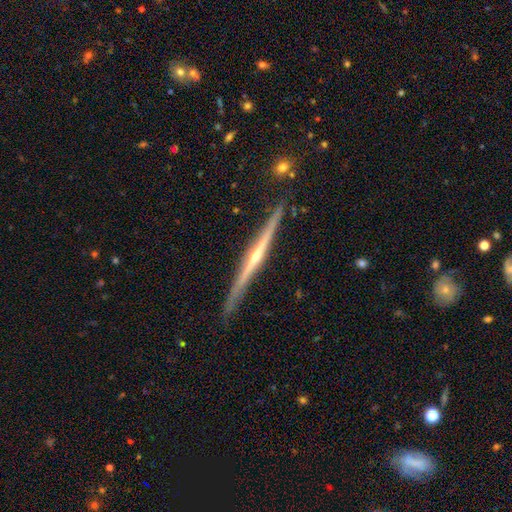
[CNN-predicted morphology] Smooth or featured?
  - featured or disk: 83% *
  - smooth: 11%
  - star or artifact: 5%
Edge-on disk?
  - yes: 98% *
  - no: 2%
Edge-on bulge?
  - rounded: 74% *
  - none: 22%
  - boxy: 5%
Merging?
  - none: 89% *
  - minor disturbance: 8%
  - merger: 1%
  - major disturbance: 1%